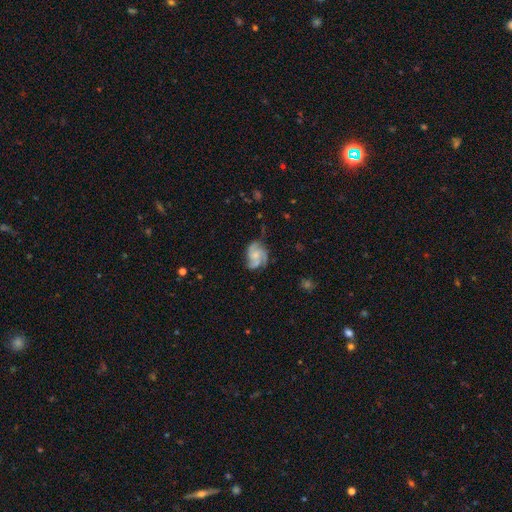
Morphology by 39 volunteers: smooth_or_featured: featured or disk (p=0.79) [alt: smooth p=0.13]
disk_edge_on: no (p=0.97) [alt: yes p=0.03]
bar: no (p=0.77) [alt: weak p=0.20]
has_spiral_arms: yes (p=1.00)
spiral_winding: loose (p=0.37) [alt: medium p=0.33]
spiral_arm_count: 3 (p=0.97) [alt: 2 p=0.03]
bulge_size: small (p=0.77) [alt: moderate p=0.17]
merging: none (p=0.75) [alt: minor disturbance p=0.17]